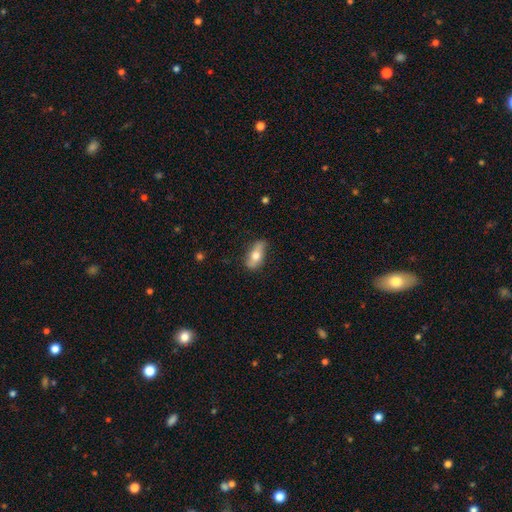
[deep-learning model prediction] smooth 62%, featured or disk 32%, star or artifact 7%. Down the decision tree: how rounded — in between (80%); merging — none (74%).